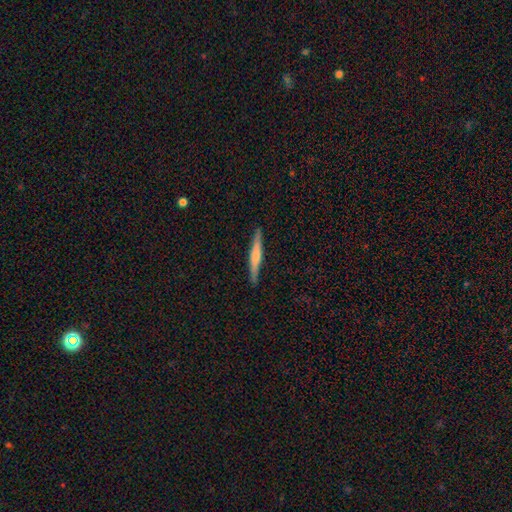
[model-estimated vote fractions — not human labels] A featured or disk galaxy (52%) viewed edge-on (97%) with a rounded central bulge (55%). Merging: none (90%).